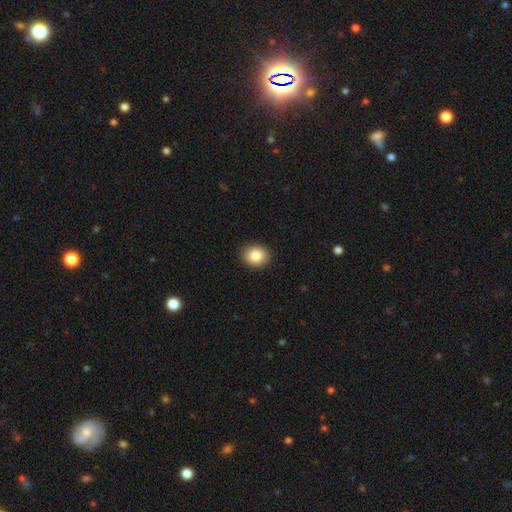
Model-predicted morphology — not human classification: type=smooth (84%); roundness=round (55%); merging=none (90%).